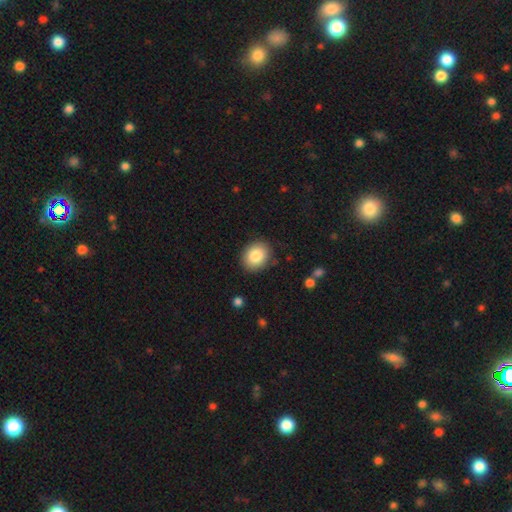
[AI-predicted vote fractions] Smooth or featured? Predicted: smooth (p=0.84). How rounded? Predicted: round (p=0.57). Merging? Predicted: none (p=0.88).